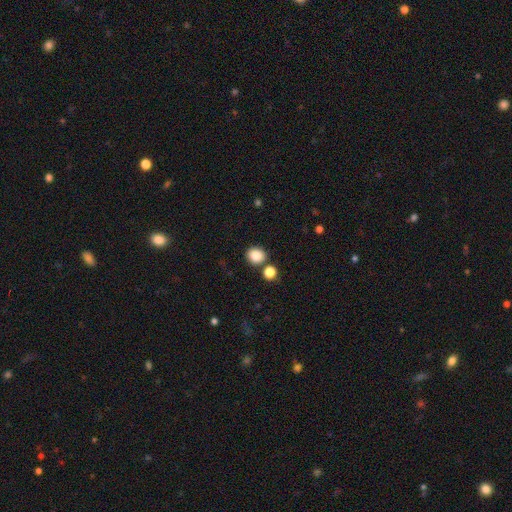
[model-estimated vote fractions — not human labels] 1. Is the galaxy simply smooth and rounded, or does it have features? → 85% smooth, 10% star or artifact, 5% featured or disk.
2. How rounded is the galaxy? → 79% round, 20% in between, 1% cigar-shaped.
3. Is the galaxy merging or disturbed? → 80% none, 10% merger, 8% minor disturbance, 2% major disturbance.